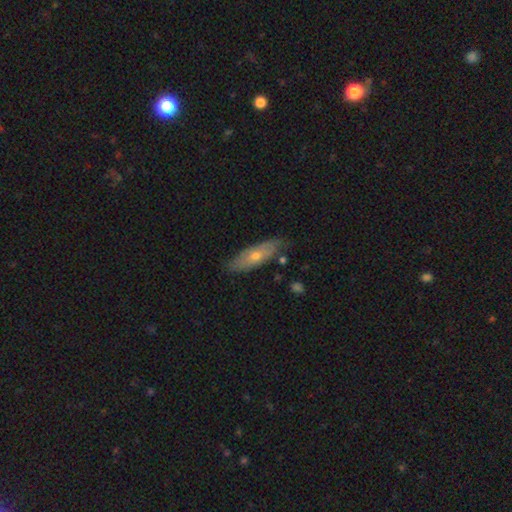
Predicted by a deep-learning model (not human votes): smooth 55%, featured or disk 39%, star or artifact 6%. Down the decision tree: how rounded — in between (51%); merging — none (79%).